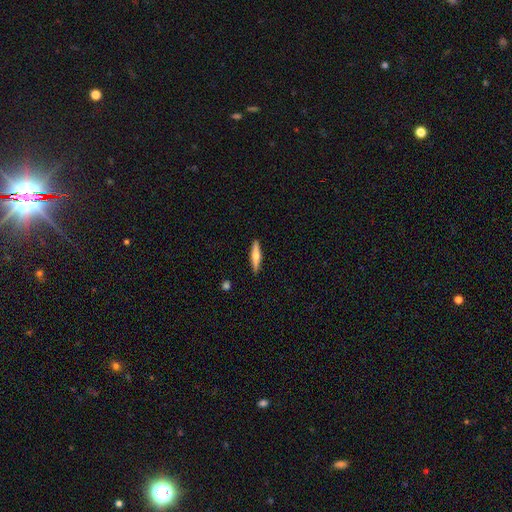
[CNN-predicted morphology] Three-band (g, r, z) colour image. It shows a smooth galaxy with no disk features (51%) that is cigar-shaped (85%). Merging: none (90%).